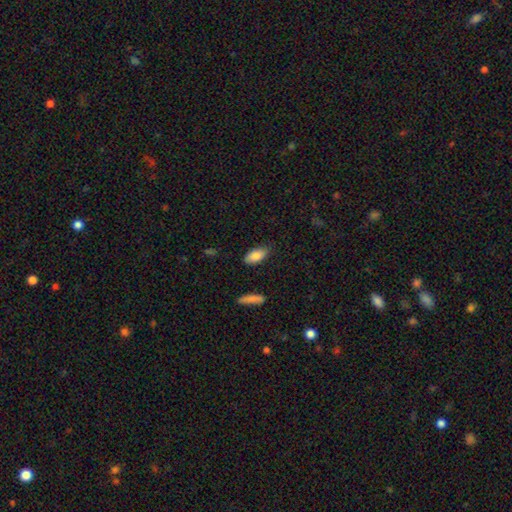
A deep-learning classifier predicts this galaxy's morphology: Smooth or featured? Predicted: smooth (p=0.84). How rounded? Predicted: in between (p=0.89). Merging? Predicted: none (p=0.82).